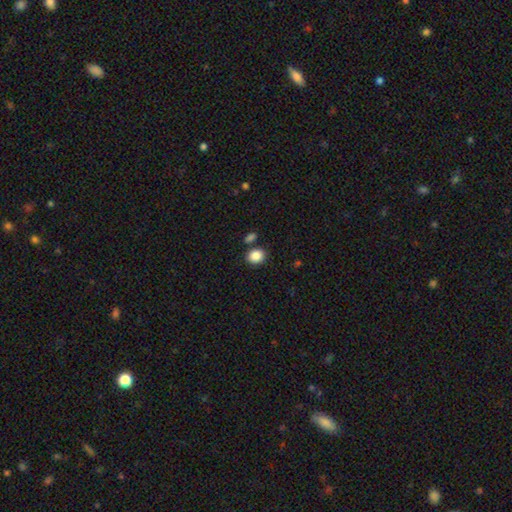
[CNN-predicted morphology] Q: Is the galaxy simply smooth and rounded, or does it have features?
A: smooth — 87%.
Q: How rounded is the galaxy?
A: round — 60%.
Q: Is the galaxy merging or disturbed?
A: none — 78%.